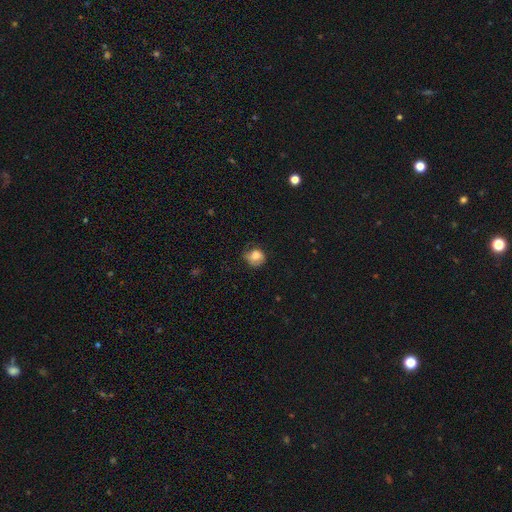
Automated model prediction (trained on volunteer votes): Overall: smooth (74%). How rounded: round (71%). Merging: none (52%; minor disturbance 31%).